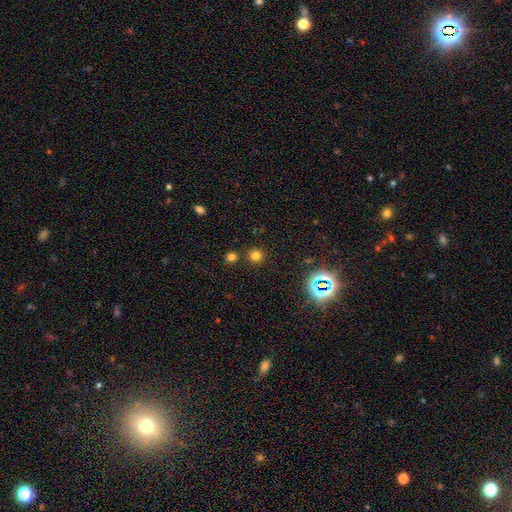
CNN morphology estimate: smooth 73%, star or artifact 21%, featured or disk 6%. Down the decision tree: how rounded — round (93%); merging — none (82%).